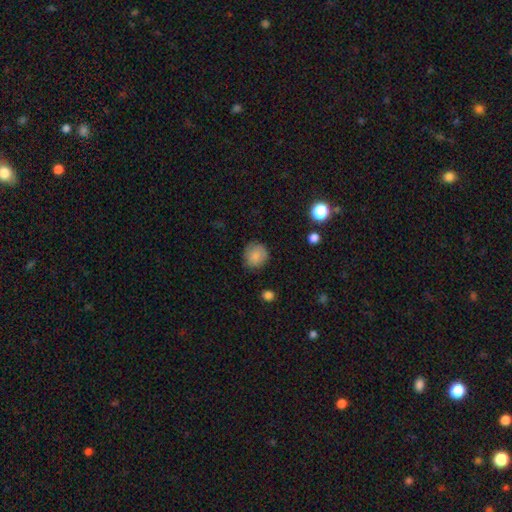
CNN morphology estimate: Q: Smooth or featured?
A: smooth (85%); runner-up: star or artifact (9%)
Q: How rounded?
A: round (88%); runner-up: in between (11%)
Q: Merging?
A: none (82%); runner-up: minor disturbance (13%)